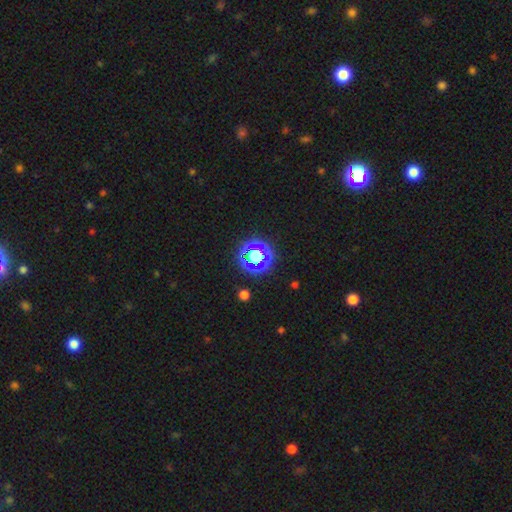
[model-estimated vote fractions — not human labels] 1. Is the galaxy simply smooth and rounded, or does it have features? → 60% star or artifact, 27% smooth, 13% featured or disk.